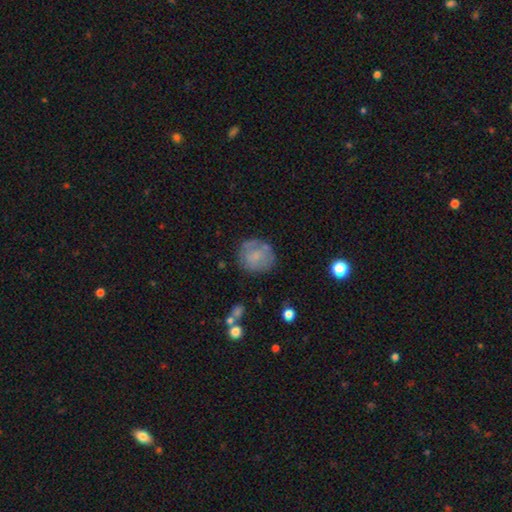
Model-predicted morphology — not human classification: smooth 60%, featured or disk 31%, star or artifact 9%. Down the decision tree: how rounded — round (82%); merging — none (67%).